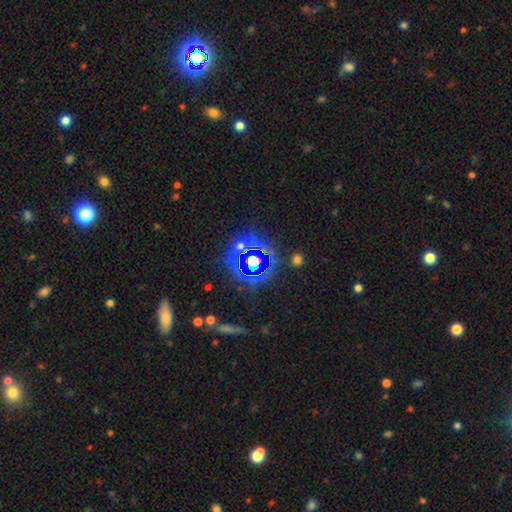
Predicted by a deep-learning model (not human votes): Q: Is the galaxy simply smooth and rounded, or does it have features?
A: star or artifact — 78%.